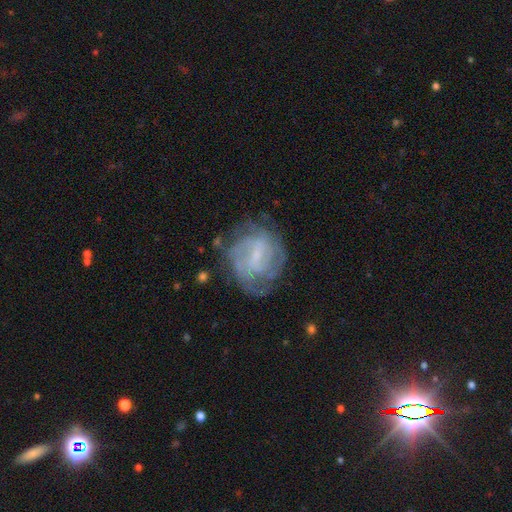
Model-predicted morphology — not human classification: smooth-or-featured: featured or disk: 75% | smooth: 17% | star or artifact: 8%
  disk-edge-on: no: 97% | yes: 3%
    bar: weak: 57% | no: 23% | strong: 21%
    has-spiral-arms: yes: 81% | no: 19%
      spiral-winding: tight: 54% | medium: 35% | loose: 12%
      spiral-arm-count: can't tell: 47% | 2: 22% | 3: 15% | 4: 8% | 1: 4% | more than 4: 4%
    bulge-size: small: 56% | none: 23% | moderate: 18% | large: 2% | dominant: 1%
  merging: none: 65% | minor disturbance: 20% | major disturbance: 13% | merger: 2%